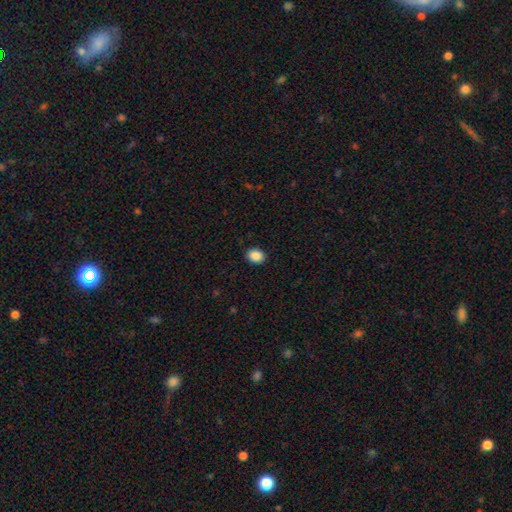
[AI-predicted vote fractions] Smooth or featured? smooth (89%)
How rounded? in between (58%)
Merging? none (89%)